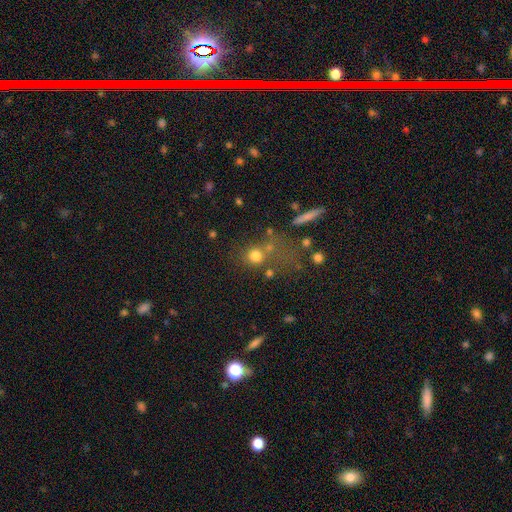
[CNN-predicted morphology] Smooth or featured?
  - smooth: 73% *
  - star or artifact: 16%
  - featured or disk: 11%
How rounded?
  - round: 80% *
  - in between: 18%
  - cigar-shaped: 3%
Merging?
  - none: 49% *
  - merger: 25%
  - major disturbance: 13%
  - minor disturbance: 13%